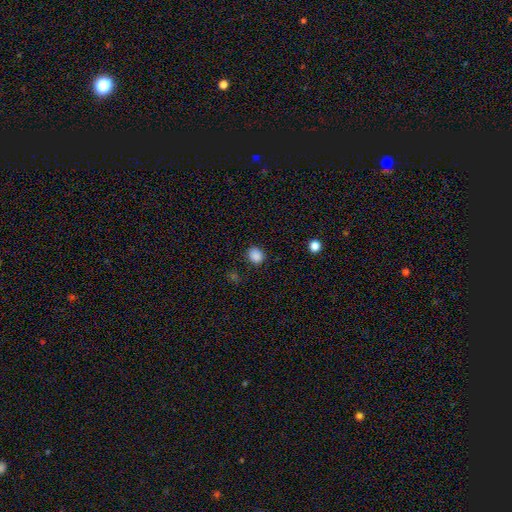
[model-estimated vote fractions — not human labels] Morphology: type=smooth (86%); roundness=round (70%); merging=none (86%).